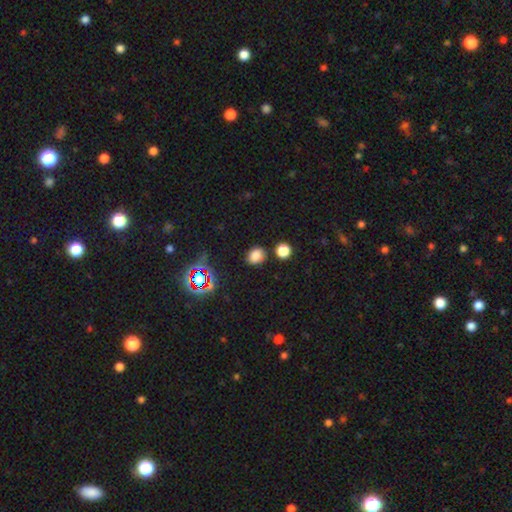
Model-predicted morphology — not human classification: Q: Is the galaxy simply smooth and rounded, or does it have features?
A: smooth — 76%.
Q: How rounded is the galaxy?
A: round — 55%.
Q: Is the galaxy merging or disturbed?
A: none — 79%.